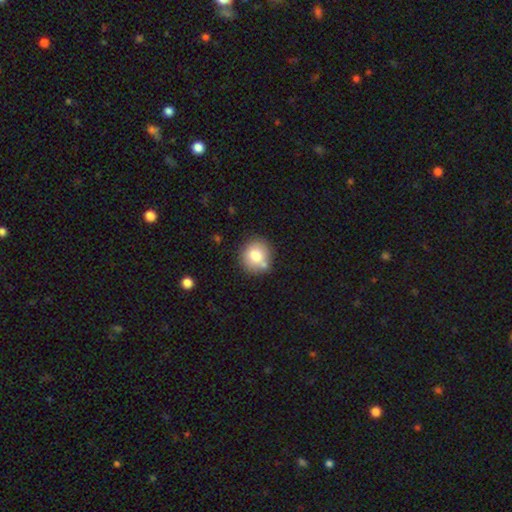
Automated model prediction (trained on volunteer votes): A smooth galaxy with no disk features (77%) that is round (87%).

Vote fractions:
- Smooth or featured? smooth: 77% / featured or disk: 14% / star or artifact: 9%
- How rounded? round: 87% / in between: 12% / cigar-shaped: 1%
- Merging? none: 74% / merger: 12% / minor disturbance: 12% / major disturbance: 3%